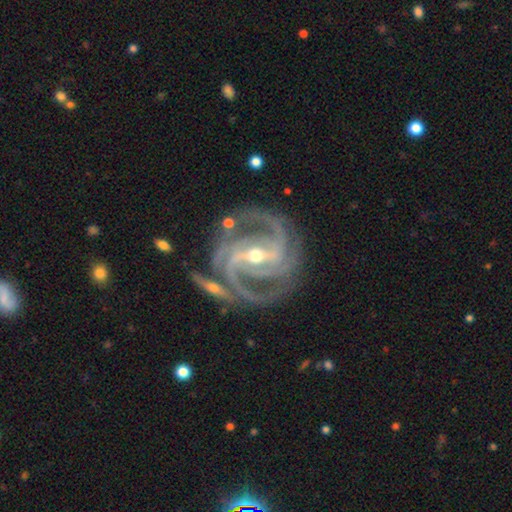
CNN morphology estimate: Overall: featured or disk (94%). Edge-on disk: no (98%). Bar: strong (64%; weak 27%). Spiral arms: yes (99%). Spiral arm count: 3 (45%; 4 21%). Spiral winding: tight (54%; medium 41%). Bulge size: moderate (49%, tied with small). Merging: none (72%).